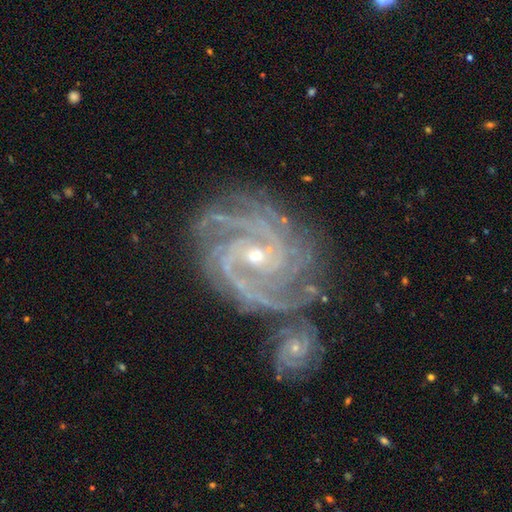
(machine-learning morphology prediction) featured or disk 92%, star or artifact 5%, smooth 3%. Down the decision tree: edge-on disk — no (98%); bar — no (45%); spiral arms — yes (99%); spiral arm count — 4 (28%); spiral winding — tight (74%); bulge size — small (68%); merging — none (62%).